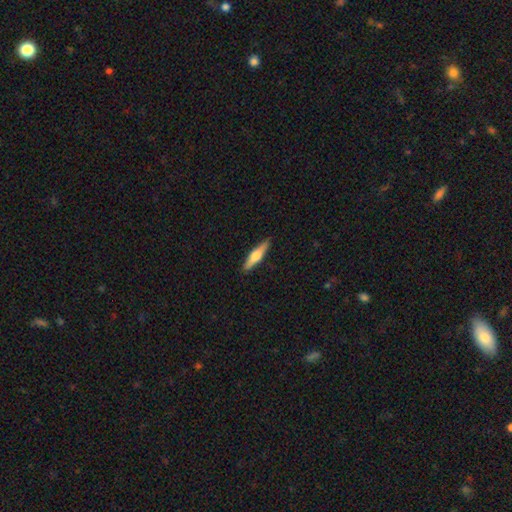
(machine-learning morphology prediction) This appears to be a smooth galaxy with no disk features (47%, tied with featured or disk). Merging: none (89%).